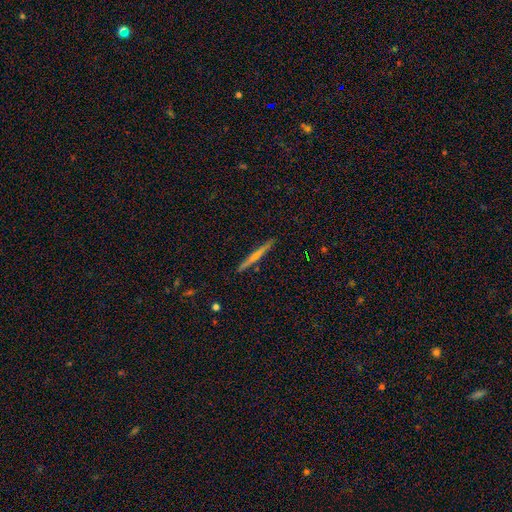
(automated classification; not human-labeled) Overall: featured or disk (48%; smooth 46%). Merging: none (91%).